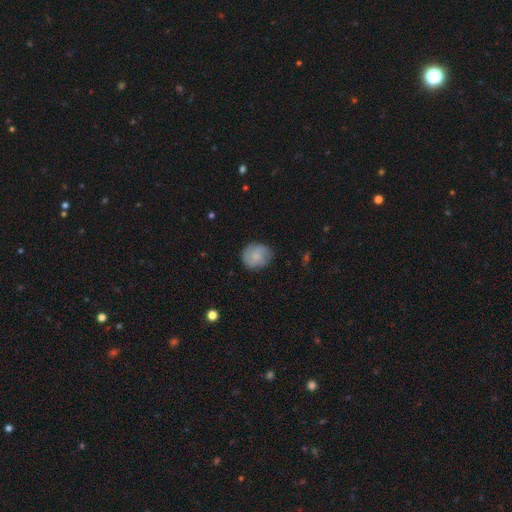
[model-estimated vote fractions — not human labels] smooth_or_featured: smooth (p=0.62) [alt: featured or disk p=0.31]
how_rounded: round (p=0.80) [alt: in between p=0.18]
merging: none (p=0.79) [alt: minor disturbance p=0.16]